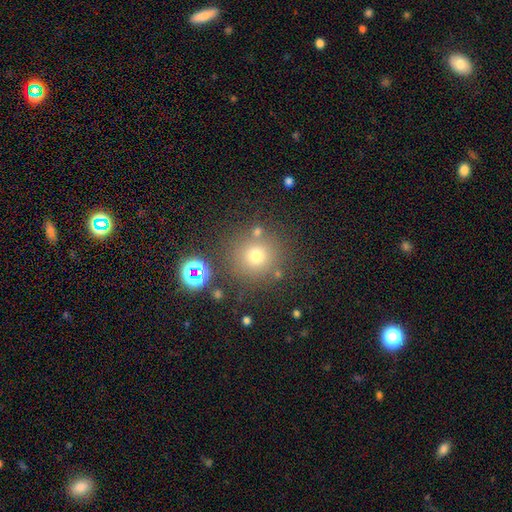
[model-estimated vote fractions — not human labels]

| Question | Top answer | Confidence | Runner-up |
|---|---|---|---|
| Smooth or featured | smooth | 69% | star or artifact (21%) |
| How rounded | round | 94% | in between (5%) |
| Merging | none | 81% | minor disturbance (9%) |